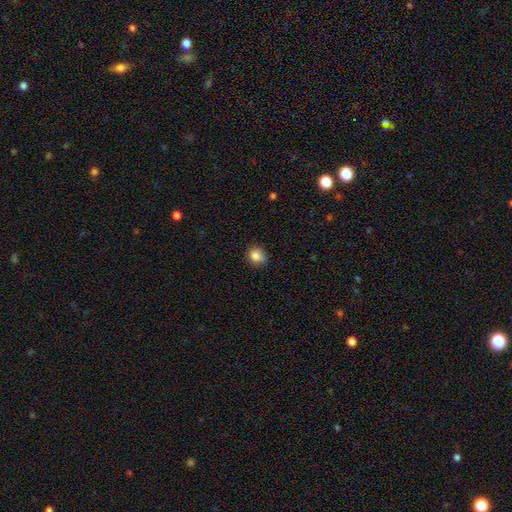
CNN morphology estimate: smooth_or_featured: smooth (p=0.85) [alt: star or artifact p=0.10]
how_rounded: round (p=0.75) [alt: in between p=0.24]
merging: none (p=0.75) [alt: minor disturbance p=0.20]